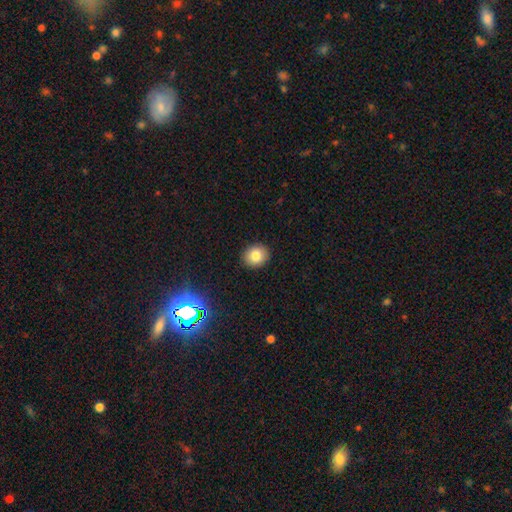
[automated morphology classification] Overall: smooth (82%). How rounded: round (70%). Merging: none (91%).